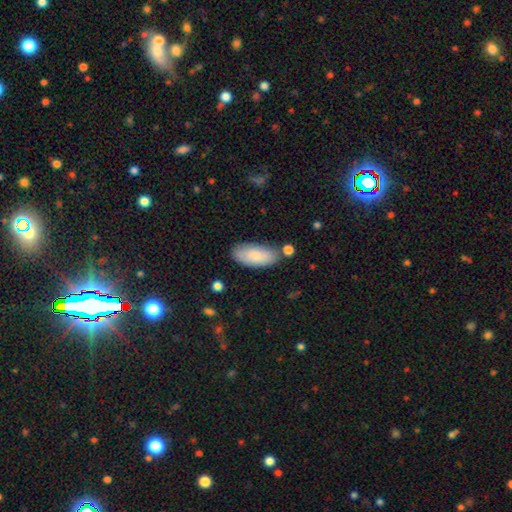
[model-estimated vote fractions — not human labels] This is clearly a smooth galaxy (82%). How rounded: clearly in between (89%). Merging: likely none (76%).